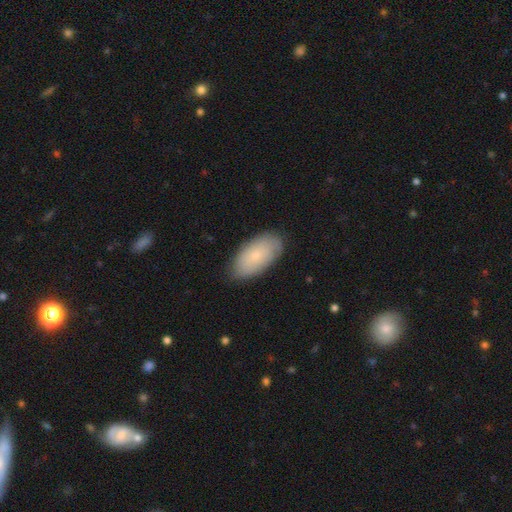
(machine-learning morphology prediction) This appears to be a smooth galaxy with no disk features (66%) that is in between round and cigar-shaped (94%). Merging: none (82%).